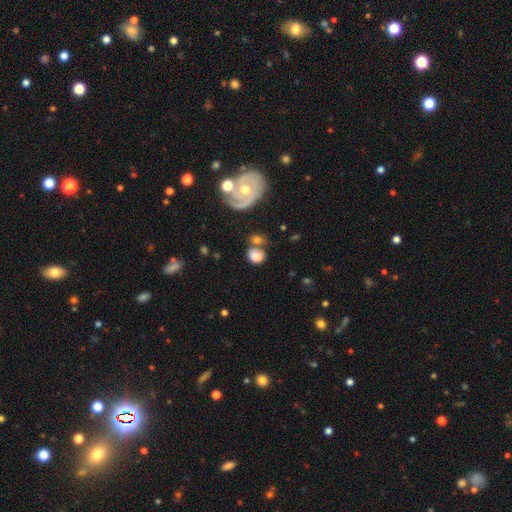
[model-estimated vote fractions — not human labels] This is likely a smooth galaxy (74%). How rounded: possibly round (56%). Merging: marginally none (45%).